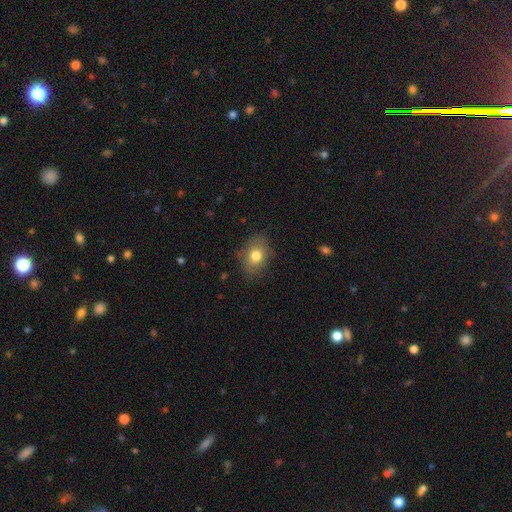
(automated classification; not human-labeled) Morphology: type=smooth (76%); roundness=in between (61%); merging=none (77%).